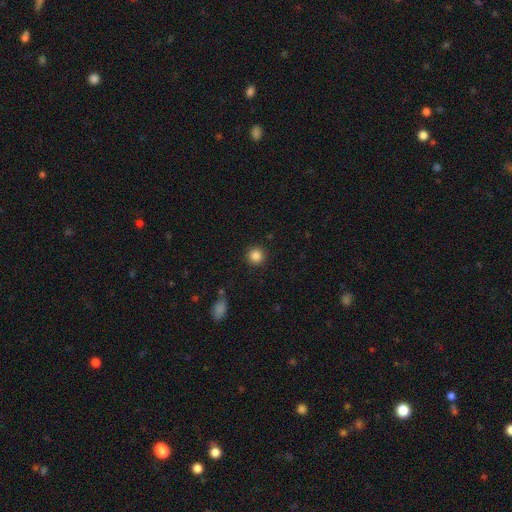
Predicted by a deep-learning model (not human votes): smooth_or_featured: smooth (p=0.85) [alt: star or artifact p=0.10]
how_rounded: round (p=0.95) [alt: in between p=0.04]
merging: none (p=0.91) [alt: minor disturbance p=0.06]